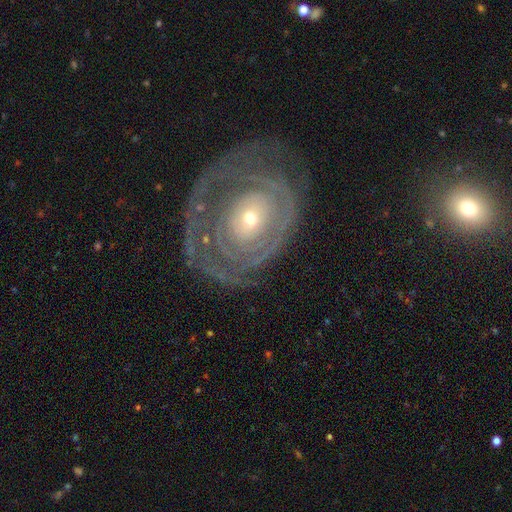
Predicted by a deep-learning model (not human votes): This appears to be a featured or disk galaxy (77%) with no bar (80%), spiral arms (64%) and a small central bulge (64%). Merging: none (63%).